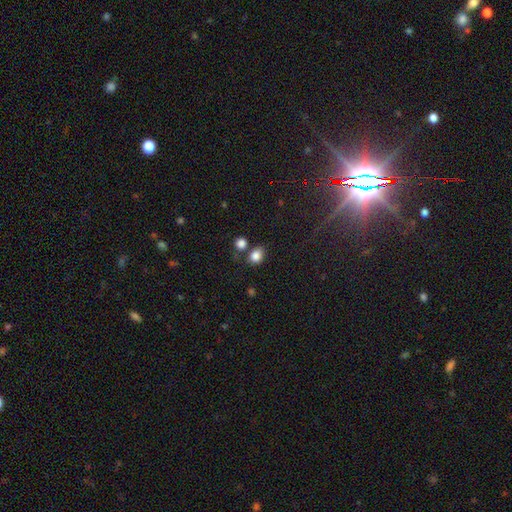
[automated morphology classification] smooth_or_featured: smooth (p=0.83) [alt: star or artifact p=0.11]
how_rounded: round (p=0.51) [alt: in between p=0.48]
merging: none (p=0.64) [alt: merger p=0.18]